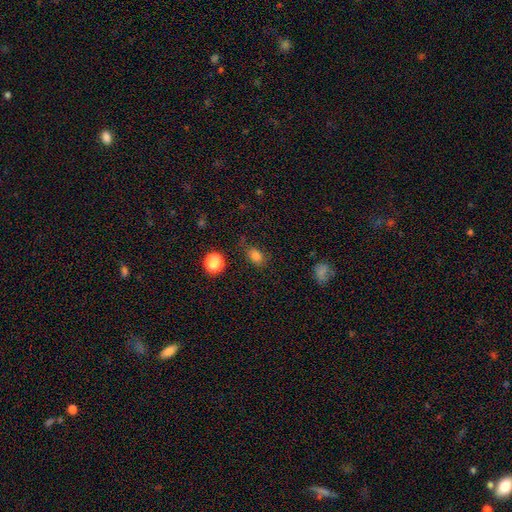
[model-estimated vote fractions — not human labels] The model was most divided on "how rounded": in between: 65%, round: 33%, cigar-shaped: 2%. More confident: smooth or featured — smooth (79%); merging — none (71%).